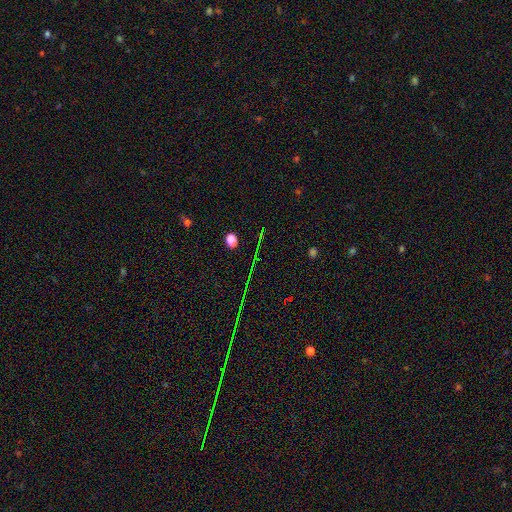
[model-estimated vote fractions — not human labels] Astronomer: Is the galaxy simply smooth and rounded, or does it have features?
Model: star or artifact — 68%.